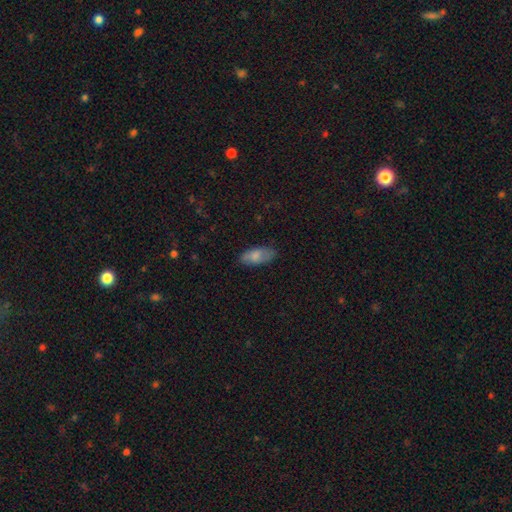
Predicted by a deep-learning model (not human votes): Overall: smooth (81%). How rounded: in between (87%). Merging: none (80%).